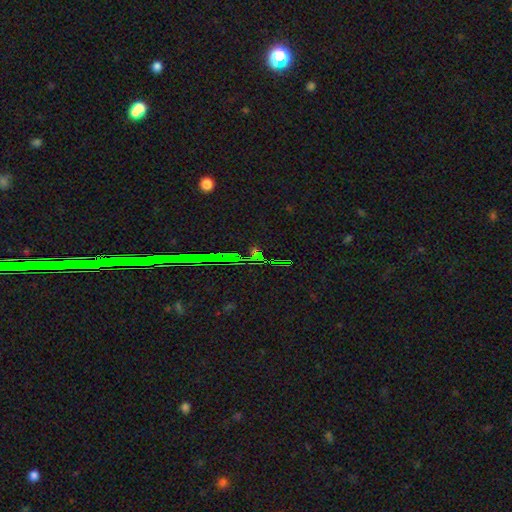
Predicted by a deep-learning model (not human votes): star or artifact 76%, smooth 14%, featured or disk 10%.